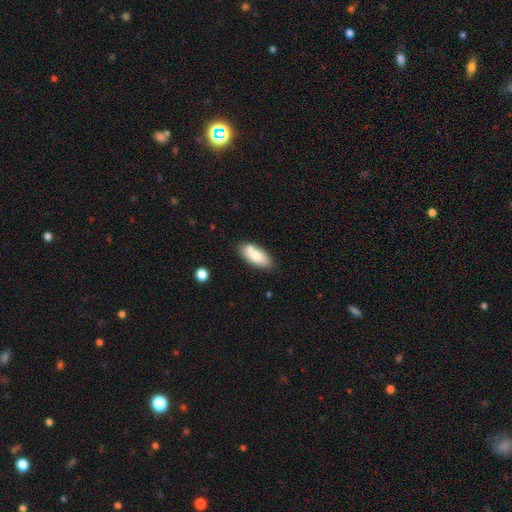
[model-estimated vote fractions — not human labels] Overall: smooth (75%). How rounded: in between (83%). Merging: none (66%).